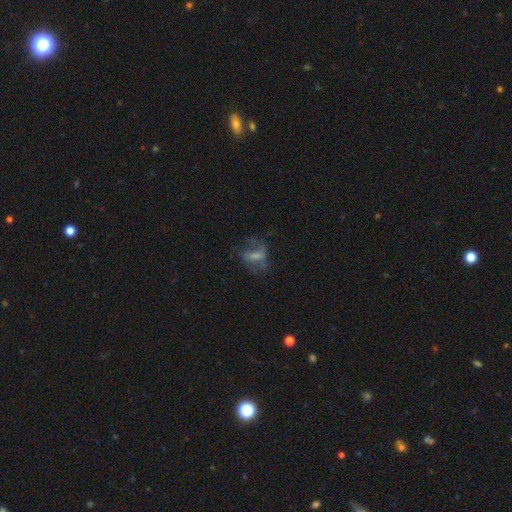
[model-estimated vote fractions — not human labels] Smooth or featured? featured or disk (47%)
Merging? none (44%)